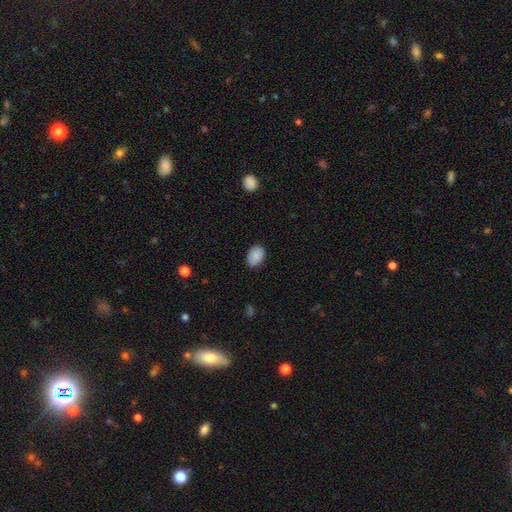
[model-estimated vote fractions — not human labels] This is clearly a smooth galaxy (88%). How rounded: clearly in between (82%). Merging: clearly none (81%).